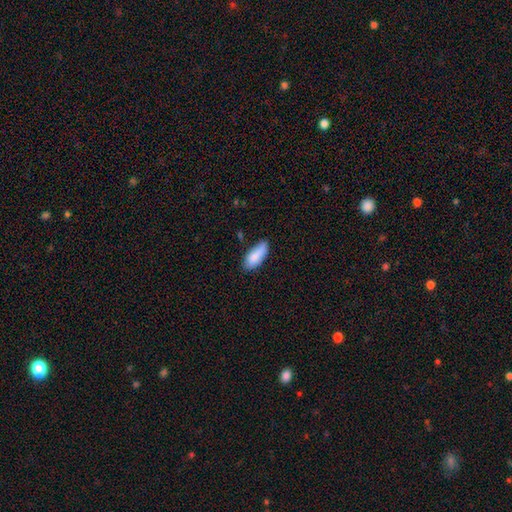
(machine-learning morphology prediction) smooth_or_featured: smooth (p=0.85) [alt: featured or disk p=0.08]
how_rounded: in between (p=0.80) [alt: cigar-shaped p=0.18]
merging: none (p=0.59) [alt: minor disturbance p=0.31]